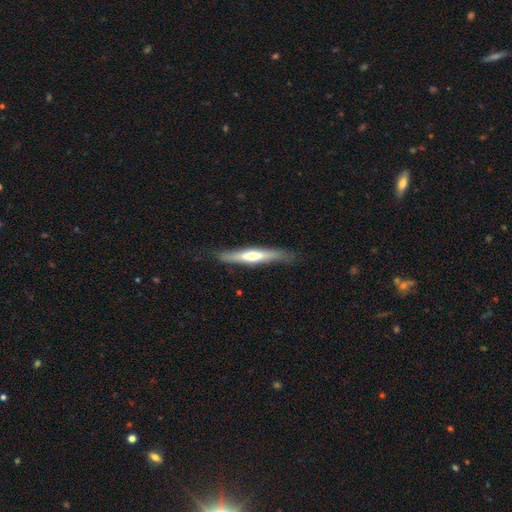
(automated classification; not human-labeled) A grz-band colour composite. It shows a featured or disk galaxy (65%) viewed edge-on (93%) with a rounded central bulge (81%). Merging: none (84%).